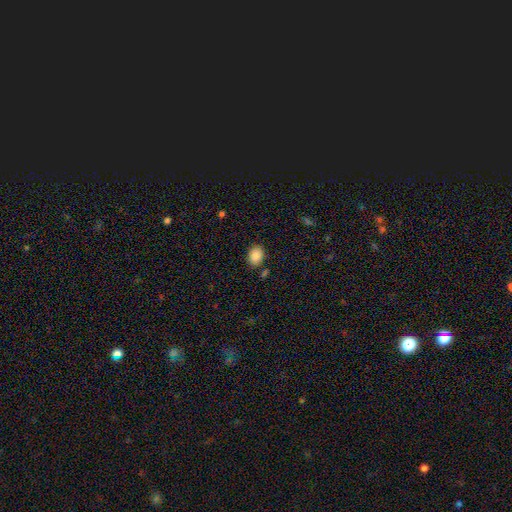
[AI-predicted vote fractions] The model was most divided on "how rounded": in between: 65%, round: 34%, cigar-shaped: 1%. More confident: smooth or featured — smooth (88%); merging — none (83%).